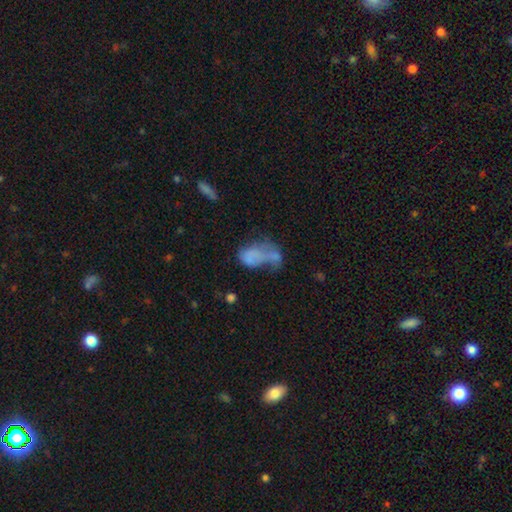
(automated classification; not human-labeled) Smooth or featured?
  - smooth: 58% *
  - featured or disk: 29%
  - star or artifact: 13%
How rounded?
  - in between: 87% *
  - round: 10%
  - cigar-shaped: 3%
Merging?
  - merger: 41% *
  - major disturbance: 27%
  - none: 18%
  - minor disturbance: 14%